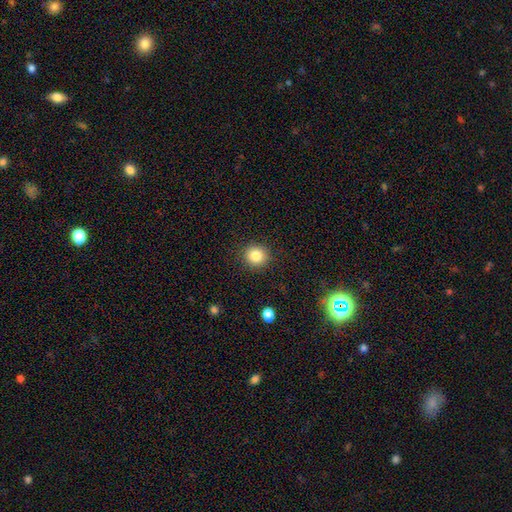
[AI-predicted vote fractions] Smooth or featured? smooth (83%)
How rounded? round (89%)
Merging? none (90%)